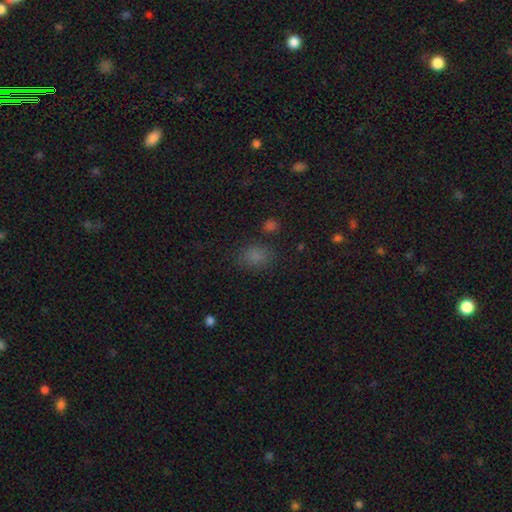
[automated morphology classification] smooth-or-featured: smooth: 76% | star or artifact: 19% | featured or disk: 5%
  how-rounded: in between: 64% | round: 35% | cigar-shaped: 1%
  merging: none: 76% | minor disturbance: 15% | major disturbance: 5% | merger: 4%